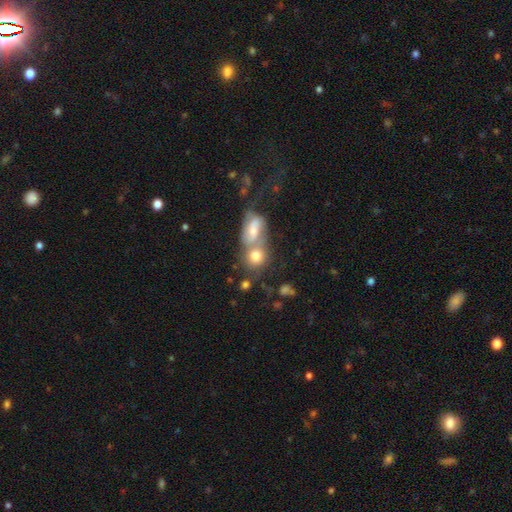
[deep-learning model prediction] smooth 72%, featured or disk 19%, star or artifact 10%. Down the decision tree: how rounded — round (62%); merging — merger (59%).